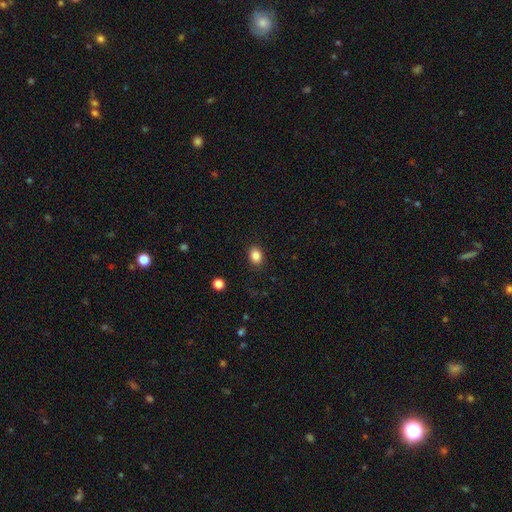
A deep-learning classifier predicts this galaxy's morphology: Q: Smooth or featured?
A: smooth (85%); runner-up: star or artifact (10%)
Q: How rounded?
A: in between (64%); runner-up: round (35%)
Q: Merging?
A: none (87%); runner-up: minor disturbance (9%)